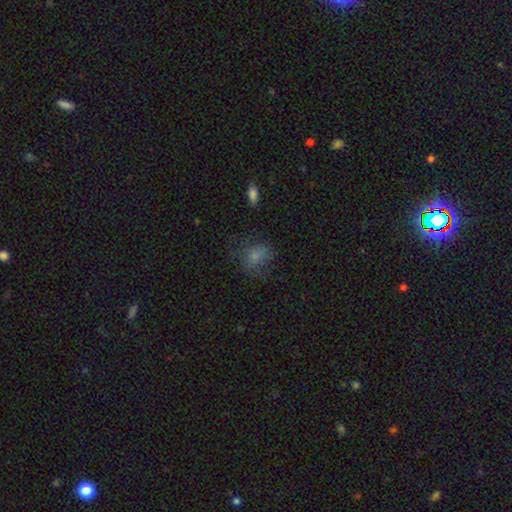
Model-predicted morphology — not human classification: smooth-or-featured: smooth: 72% | featured or disk: 15% | star or artifact: 13%
  how-rounded: round: 52% | in between: 47% | cigar-shaped: 1%
  merging: none: 50% | minor disturbance: 25% | major disturbance: 23% | merger: 2%